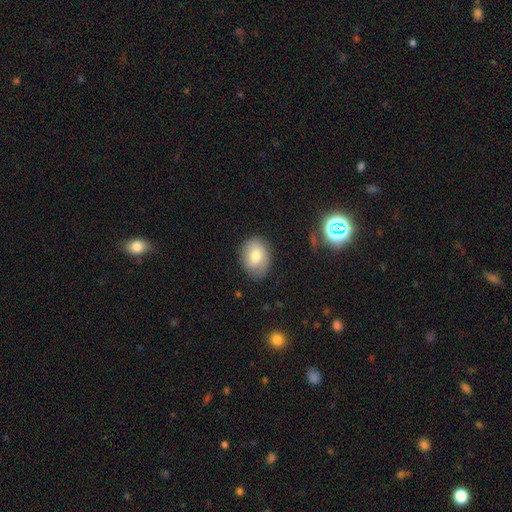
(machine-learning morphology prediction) Smooth or featured?
  - smooth: 72% *
  - featured or disk: 20%
  - star or artifact: 8%
How rounded?
  - in between: 64% *
  - round: 35%
  - cigar-shaped: 1%
Merging?
  - none: 78% *
  - minor disturbance: 17%
  - major disturbance: 4%
  - merger: 1%